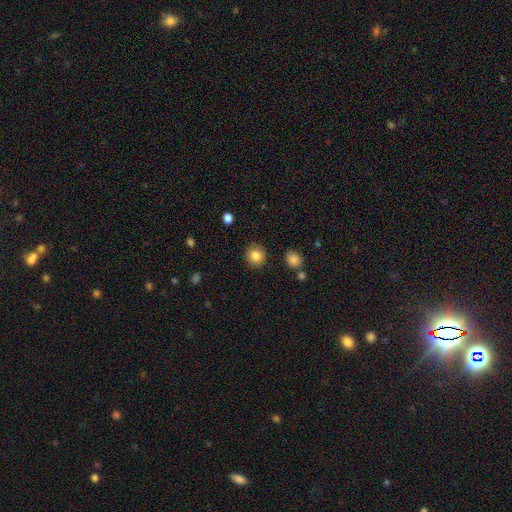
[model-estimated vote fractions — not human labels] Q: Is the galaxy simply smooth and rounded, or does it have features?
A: smooth — 84%.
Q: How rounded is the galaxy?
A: round — 89%.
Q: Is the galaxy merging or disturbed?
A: none — 89%.